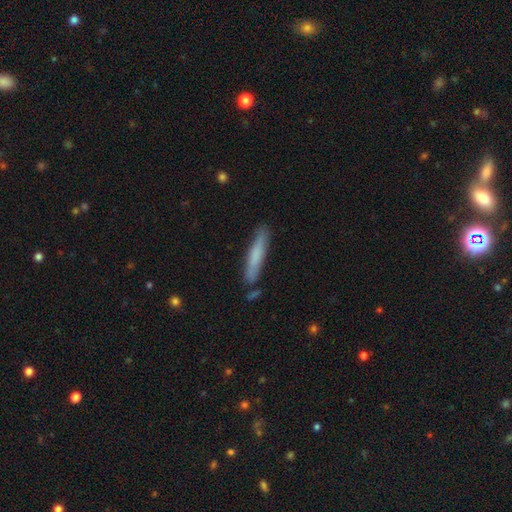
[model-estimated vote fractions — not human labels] Overall: smooth (68%). How rounded: cigar-shaped (92%). Merging: none (80%).